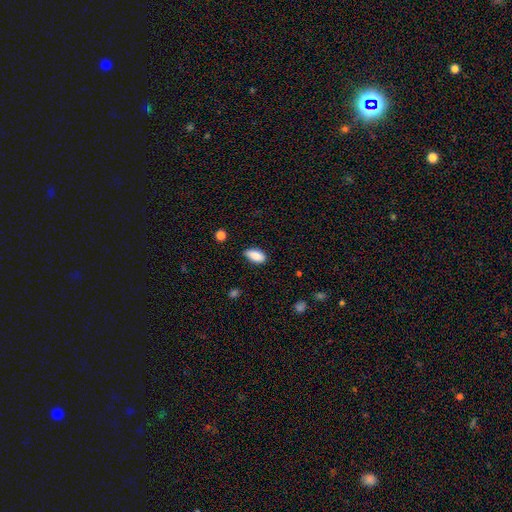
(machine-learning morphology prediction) Smooth or featured? Predicted: smooth (p=0.88). How rounded? Predicted: in between (p=0.92). Merging? Predicted: none (p=0.79).